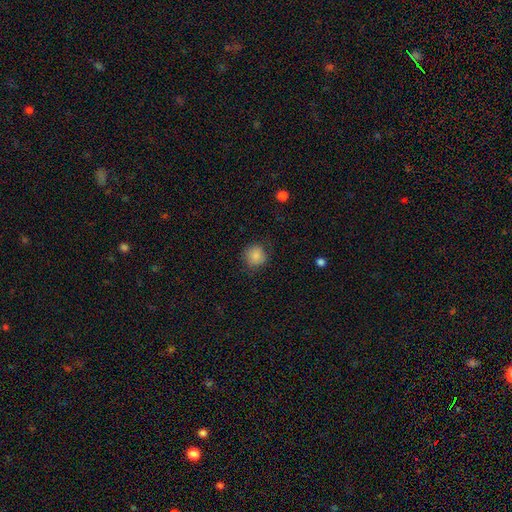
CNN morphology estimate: Overall: smooth (86%). How rounded: round (90%). Merging: none (83%).